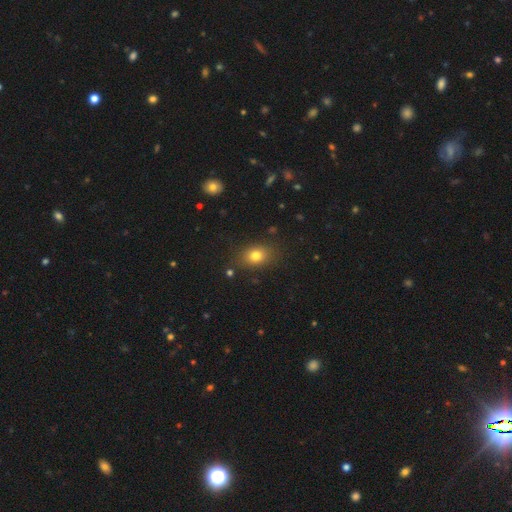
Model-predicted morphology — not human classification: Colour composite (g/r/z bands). It shows a smooth galaxy with no disk features (79%) that is in between round and cigar-shaped (65%). Merging: none (82%).